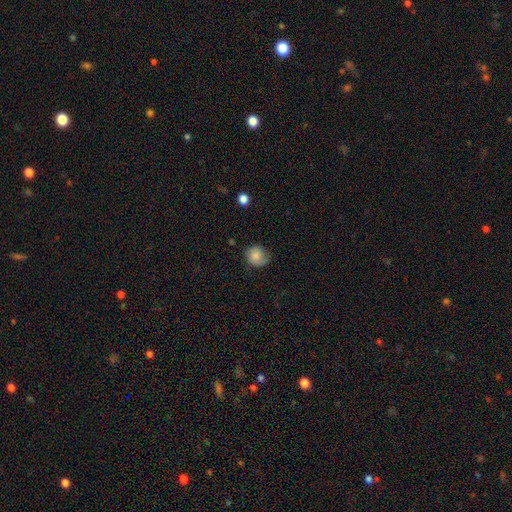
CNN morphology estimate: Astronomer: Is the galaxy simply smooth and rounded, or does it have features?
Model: smooth — 81%.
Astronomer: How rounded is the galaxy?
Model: round — 79%.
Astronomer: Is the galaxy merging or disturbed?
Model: none — 64%.